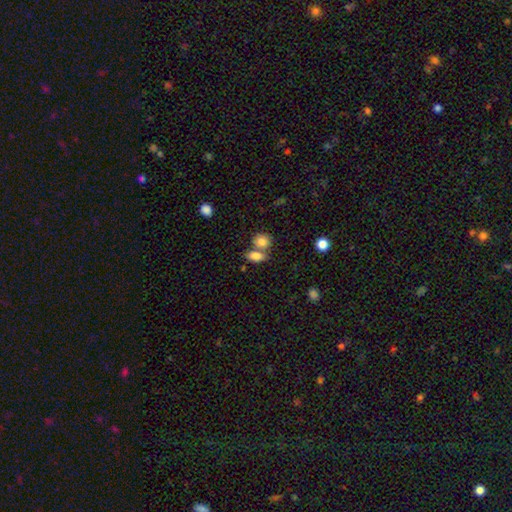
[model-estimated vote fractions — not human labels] Smooth or featured?
  - smooth: 82% *
  - featured or disk: 9%
  - star or artifact: 9%
How rounded?
  - in between: 80% *
  - round: 15%
  - cigar-shaped: 5%
Merging?
  - merger: 44% *
  - none: 42%
  - minor disturbance: 10%
  - major disturbance: 4%